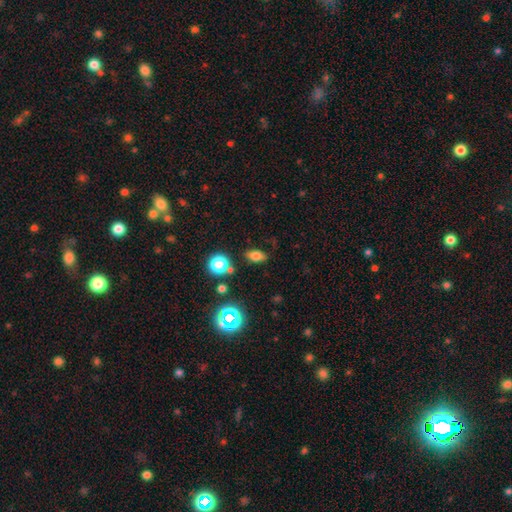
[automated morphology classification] smooth_or_featured: smooth (p=0.72) [alt: star or artifact p=0.17]
how_rounded: in between (p=0.81) [alt: round p=0.13]
merging: none (p=0.82) [alt: minor disturbance p=0.11]